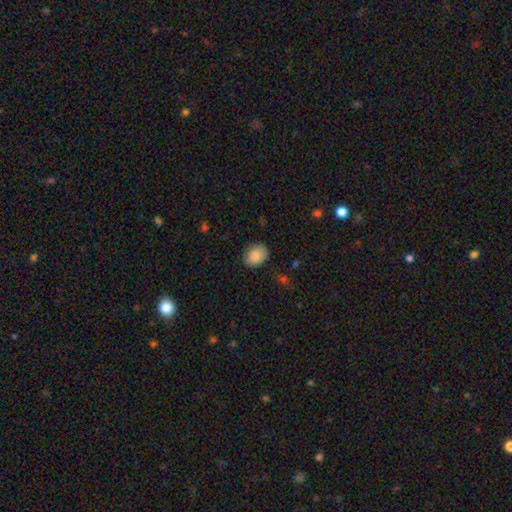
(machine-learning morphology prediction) Smooth or featured? Predicted: smooth (p=0.88). How rounded? Predicted: in between (p=0.59). Merging? Predicted: none (p=0.85).